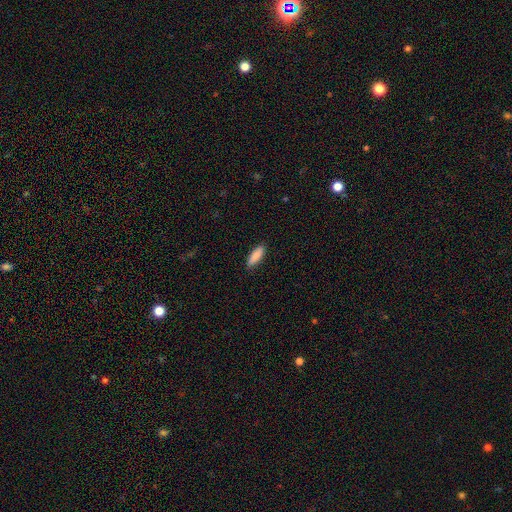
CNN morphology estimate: smooth 88%, featured or disk 6%, star or artifact 6%. Down the decision tree: how rounded — in between (53%); merging — none (88%).